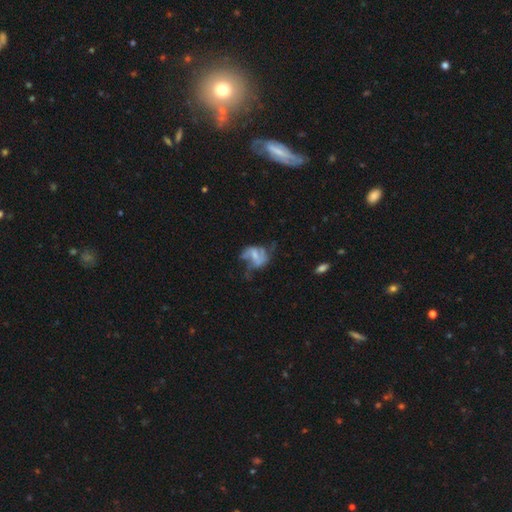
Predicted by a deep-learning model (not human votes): Overall: featured or disk (65%; smooth 26%). Edge-on disk: no (97%). Bar: weak (45%; no 37%). Spiral arms: yes (68%; no 32%). Bulge size: small (39%; moderate 33%). Merging: major disturbance (37%; none 34%).